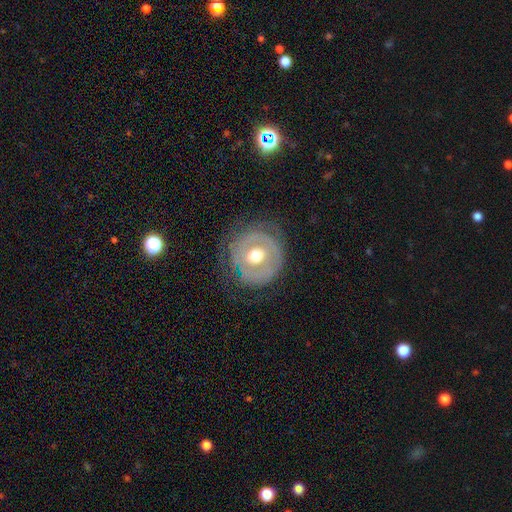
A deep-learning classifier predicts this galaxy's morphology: Smooth or featured? Predicted: featured or disk (p=0.65). Edge-on disk? Predicted: no (p=0.96). Bar? Predicted: no (p=0.73). Spiral arms? Predicted: no (p=0.52). Bulge size? Predicted: moderate (p=0.77). Merging? Predicted: none (p=0.69).